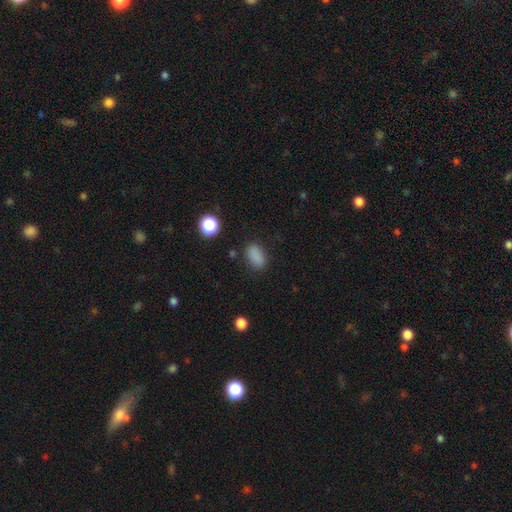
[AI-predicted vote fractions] This appears to be a smooth galaxy with no disk features (85%) that is in between round and cigar-shaped (88%). Merging: none (82%).